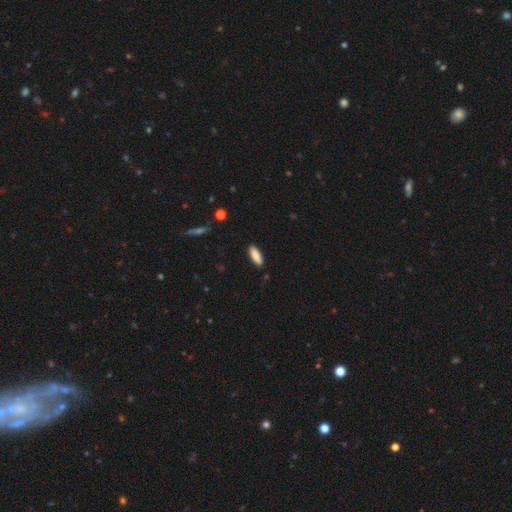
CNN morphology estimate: Smooth or featured? Predicted: smooth (p=0.87). How rounded? Predicted: in between (p=0.62). Merging? Predicted: none (p=0.88).